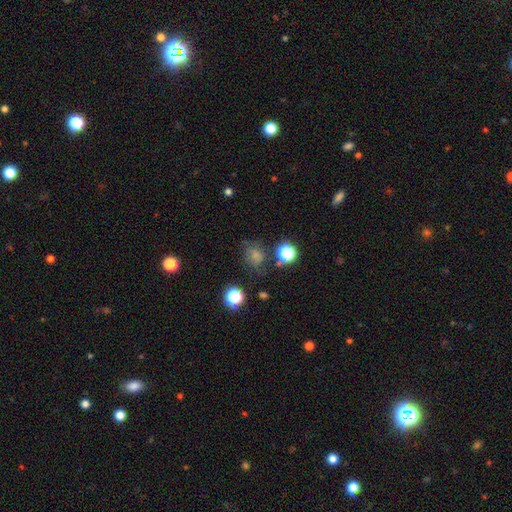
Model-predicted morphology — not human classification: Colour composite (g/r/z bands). It shows a smooth galaxy with no disk features (57%) that is round (61%). Merging: none (52%).